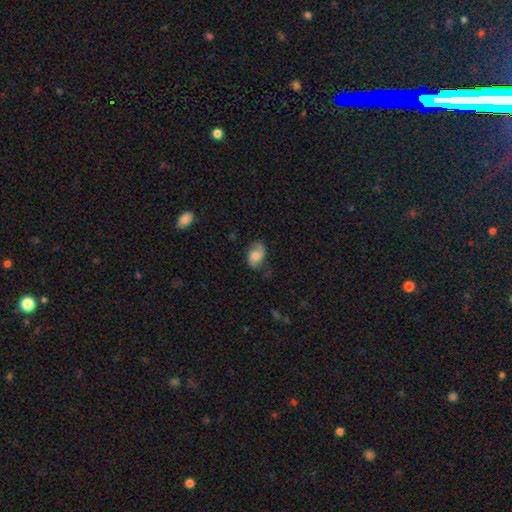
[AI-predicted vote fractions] Smooth or featured?
  - smooth: 67% *
  - featured or disk: 26%
  - star or artifact: 8%
How rounded?
  - in between: 88% *
  - round: 11%
  - cigar-shaped: 1%
Merging?
  - none: 68% *
  - minor disturbance: 24%
  - major disturbance: 6%
  - merger: 2%